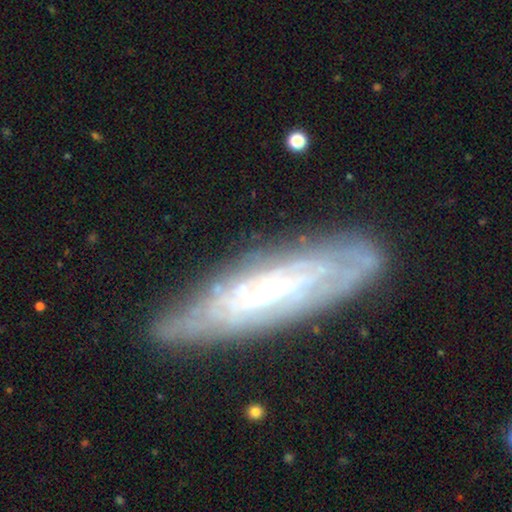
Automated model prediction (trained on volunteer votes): Smooth or featured? Predicted: featured or disk (p=0.78). Edge-on disk? Predicted: no (p=0.62). Merging? Predicted: none (p=0.77).